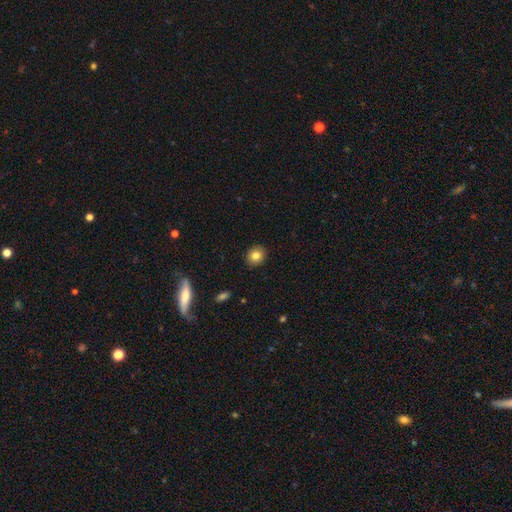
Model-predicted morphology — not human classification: This is clearly a smooth galaxy (82%). How rounded: likely round (70%). Merging: clearly none (90%).